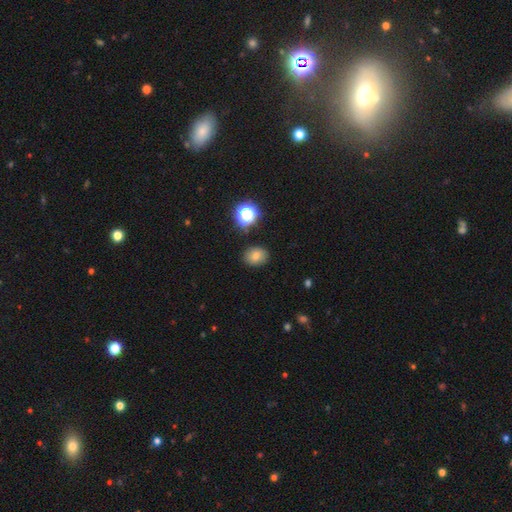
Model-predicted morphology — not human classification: Overall: smooth (76%). How rounded: in between (51%; round 48%). Merging: none (85%).